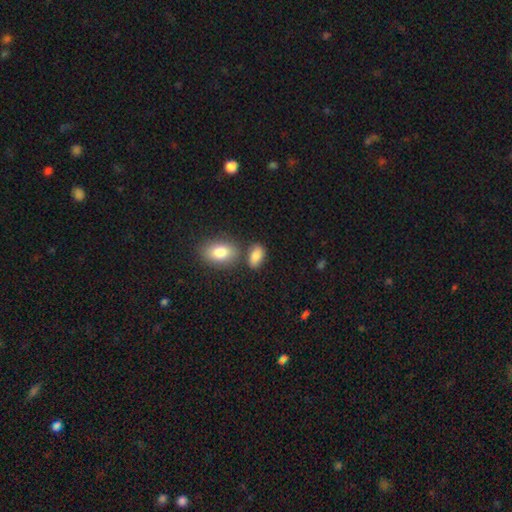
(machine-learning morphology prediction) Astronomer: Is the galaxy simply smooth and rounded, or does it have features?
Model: smooth — 86%.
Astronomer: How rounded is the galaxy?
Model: in between — 89%.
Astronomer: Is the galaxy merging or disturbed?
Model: none — 63%.